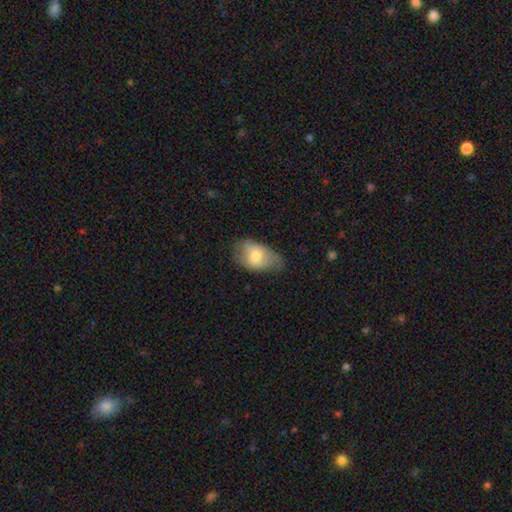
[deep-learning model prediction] smooth_or_featured: smooth (p=0.71) [alt: featured or disk p=0.22]
how_rounded: in between (p=0.90) [alt: round p=0.09]
merging: none (p=0.47) [alt: minor disturbance p=0.38]